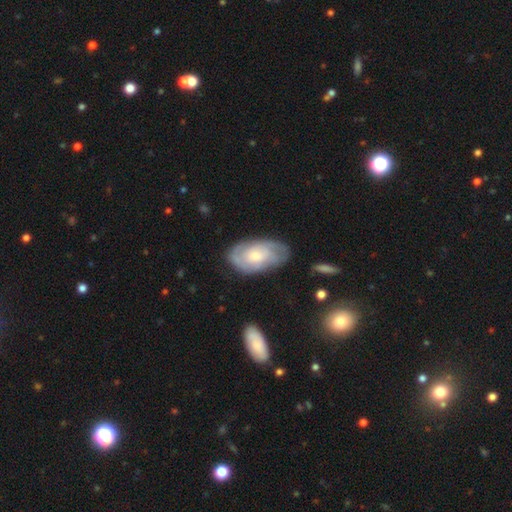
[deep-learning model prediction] Morphology: type=featured or disk (66%); edge-on=no (95%); bar=no (72%); spiral arms=yes (86%); winding=tight (59%); arm count=can't tell (45%); bulge=small (51%); merging=none (74%).